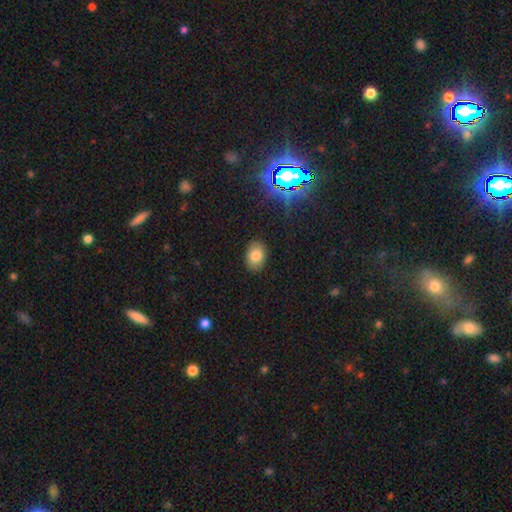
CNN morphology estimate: Smooth or featured: smooth — 79% (star or artifact — 11%)
How rounded: in between — 76% (round — 23%)
Merging: none — 88% (minor disturbance — 9%)